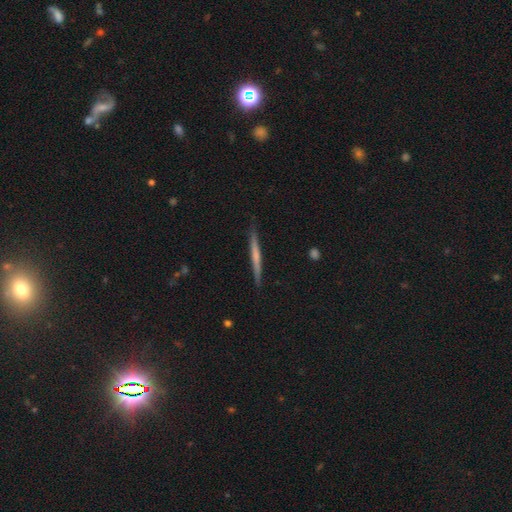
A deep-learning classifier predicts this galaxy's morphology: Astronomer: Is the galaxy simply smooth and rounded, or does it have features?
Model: featured or disk — 51% (runner-up: smooth, 43%).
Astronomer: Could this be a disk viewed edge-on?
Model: yes — 97%.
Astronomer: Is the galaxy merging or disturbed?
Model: none — 89%.